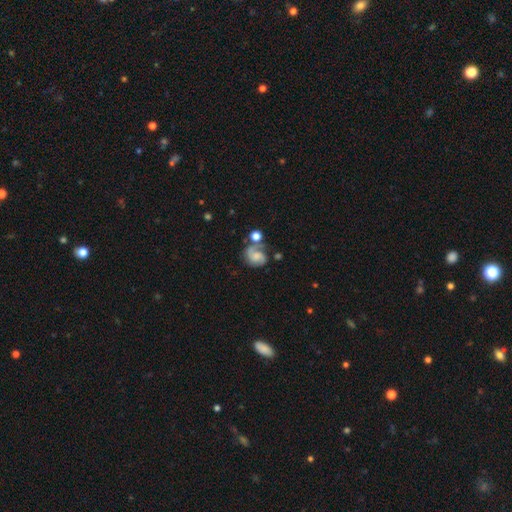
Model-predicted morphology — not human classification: Smooth or featured? Predicted: featured or disk (p=0.67). Edge-on disk? Predicted: no (p=0.98). Bar? Predicted: no (p=0.62). Spiral arms? Predicted: yes (p=0.92). Spiral winding? Predicted: medium (p=0.46). Spiral arm count? Predicted: 2 (p=0.75). Bulge size? Predicted: small (p=0.38). Merging? Predicted: none (p=0.44).